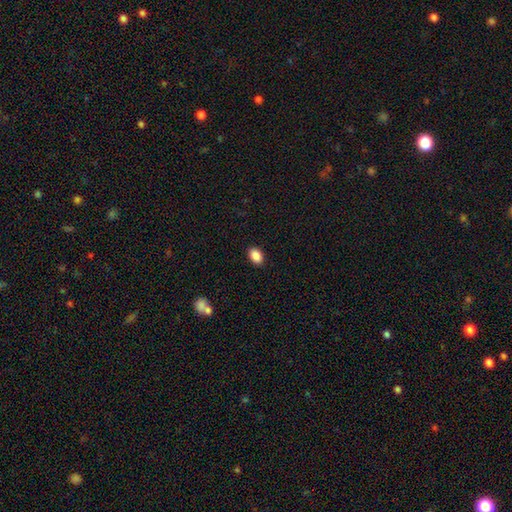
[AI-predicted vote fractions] The model was most divided on "how rounded": in between: 87%, round: 12%, cigar-shaped: 1%. More confident: merging — none (90%); smooth or featured — smooth (89%).